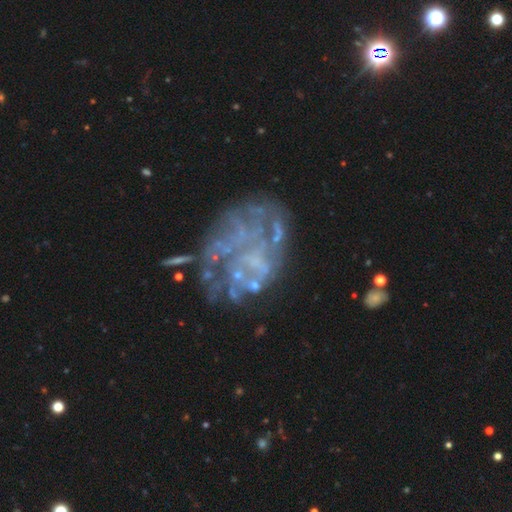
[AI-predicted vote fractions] Overall: featured or disk (67%). Edge-on disk: no (97%). Bar: no (83%). Spiral arms: no (56%; yes 44%). Bulge size: none (75%). Merging: none (57%; major disturbance 22%).